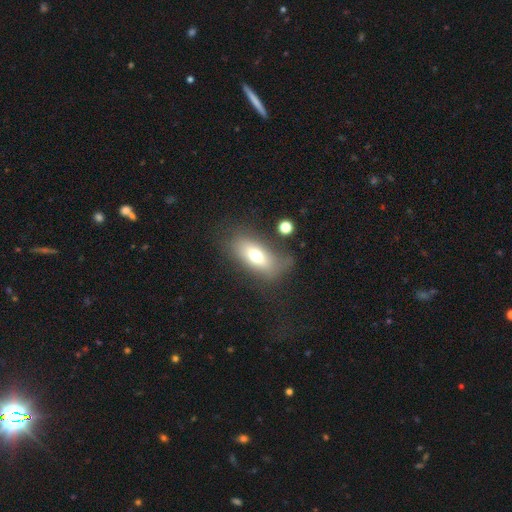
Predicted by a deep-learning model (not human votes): Morphology: type=smooth (67%); roundness=in between (84%); merging=none (63%).